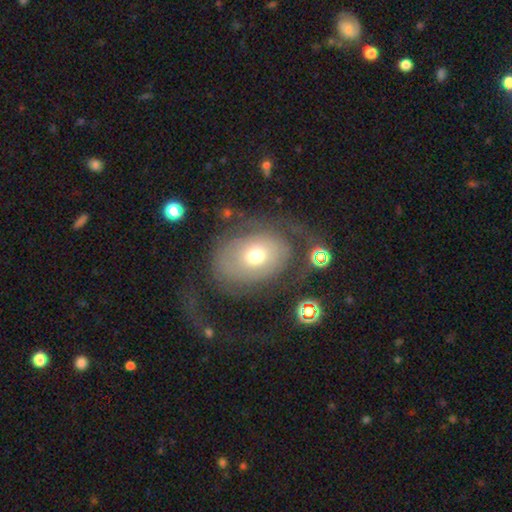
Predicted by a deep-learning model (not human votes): A featured or disk galaxy (50%). Merging: none (45%).